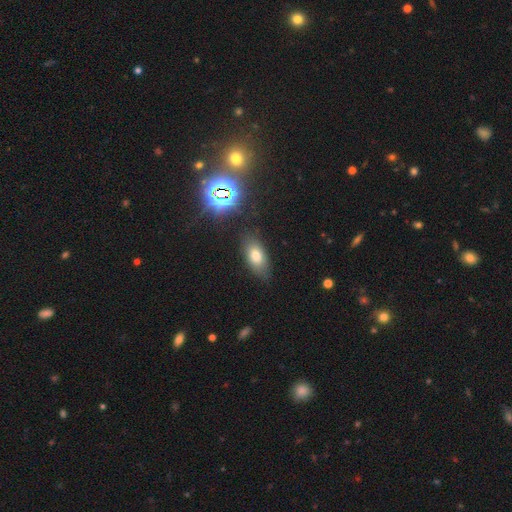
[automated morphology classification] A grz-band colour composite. It shows a smooth galaxy with no disk features (76%) that is in between round and cigar-shaped (89%). Merging: none (78%).